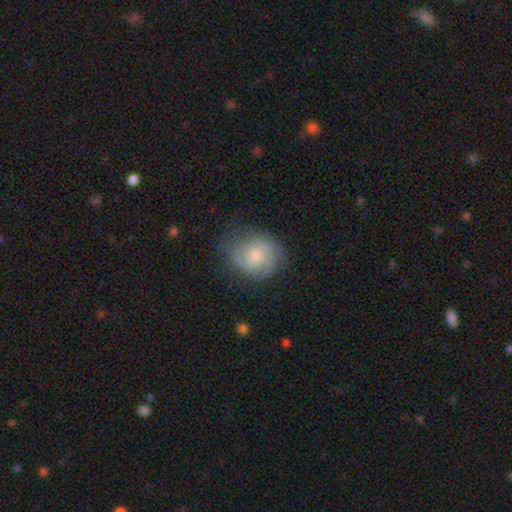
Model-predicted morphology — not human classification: Q: Smooth or featured?
A: featured or disk (57%); runner-up: smooth (36%)
Q: Edge-on disk?
A: no (98%); runner-up: yes (2%)
Q: Bar?
A: no (71%); runner-up: weak (26%)
Q: Spiral arms?
A: yes (86%); runner-up: no (14%)
Q: Bulge size?
A: moderate (48%); runner-up: small (42%)
Q: Merging?
A: none (65%); runner-up: minor disturbance (23%)